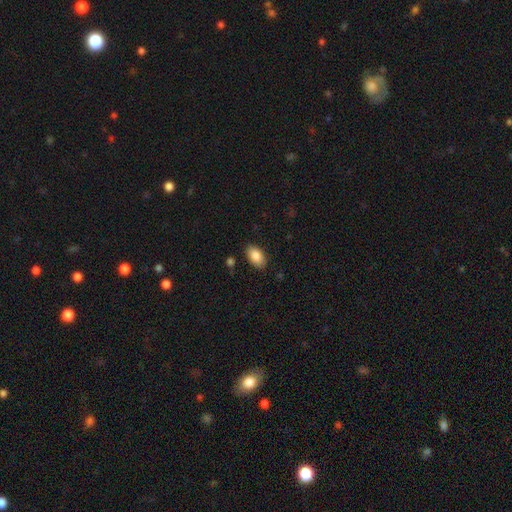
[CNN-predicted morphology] The model was most divided on "merging": none: 86%, minor disturbance: 10%, major disturbance: 2%, merger: 2%. More confident: how rounded — in between (93%); smooth or featured — smooth (86%).